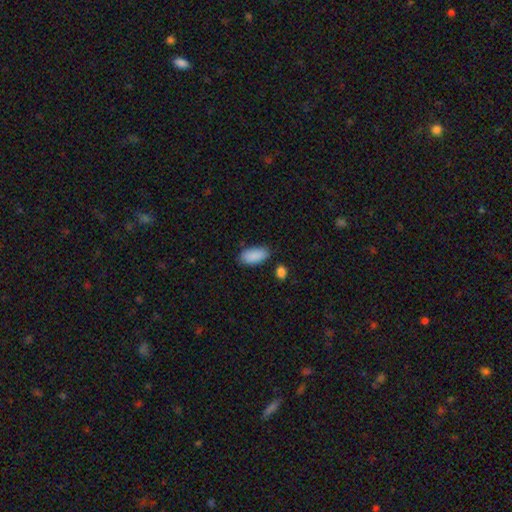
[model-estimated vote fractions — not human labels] smooth-or-featured: smooth: 90% | star or artifact: 6% | featured or disk: 4%
  how-rounded: in between: 93% | cigar-shaped: 5% | round: 2%
  merging: none: 77% | minor disturbance: 15% | merger: 4% | major disturbance: 3%